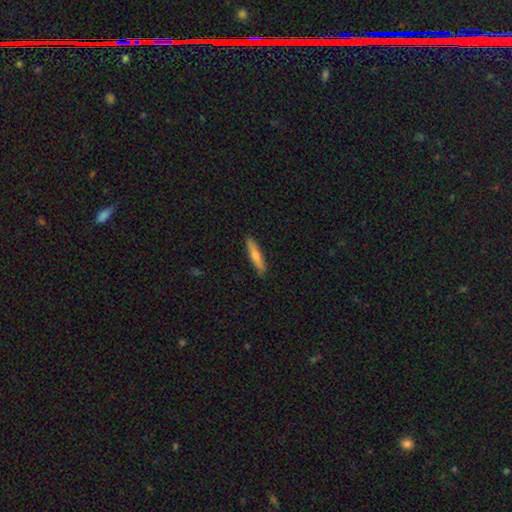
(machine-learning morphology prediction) Smooth or featured?
  - smooth: 71% *
  - featured or disk: 24%
  - star or artifact: 5%
How rounded?
  - cigar-shaped: 89% *
  - in between: 10%
  - round: 1%
Merging?
  - none: 89% *
  - minor disturbance: 8%
  - major disturbance: 2%
  - merger: 1%